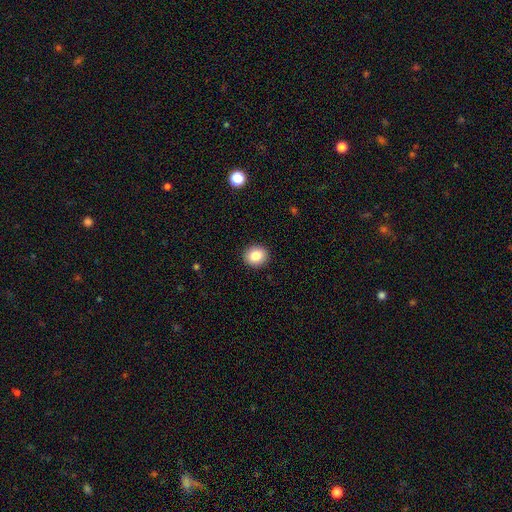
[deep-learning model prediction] A smooth galaxy with no disk features (84%) that is round (78%). Merging: none (92%).